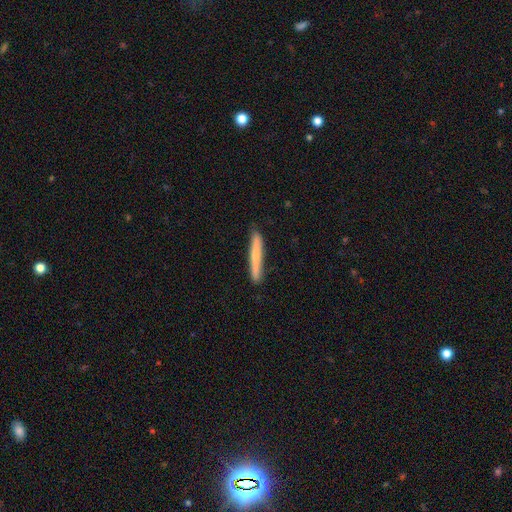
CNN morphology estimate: Smooth or featured? smooth (58%)
How rounded? cigar-shaped (96%)
Merging? none (88%)